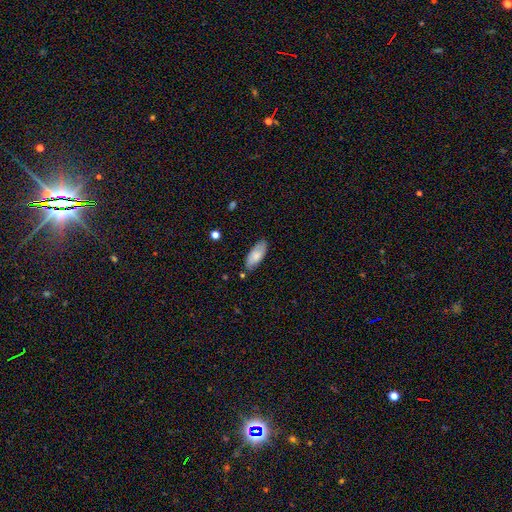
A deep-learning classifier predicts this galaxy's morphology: type=smooth (74%); roundness=in between (84%); merging=none (79%).